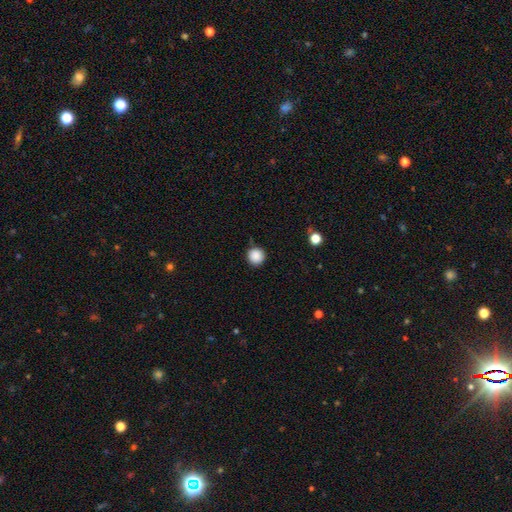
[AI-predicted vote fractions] A smooth galaxy with no disk features (88%) that is round (95%). Merging: none (87%).